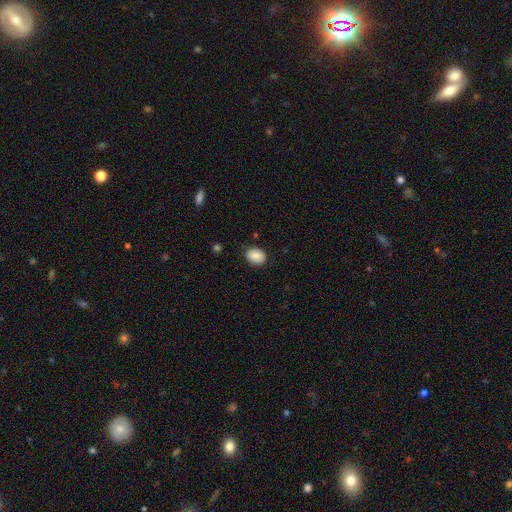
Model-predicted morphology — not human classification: Smooth or featured: smooth — 86% (star or artifact — 8%)
How rounded: in between — 58% (round — 41%)
Merging: none — 86% (minor disturbance — 11%)